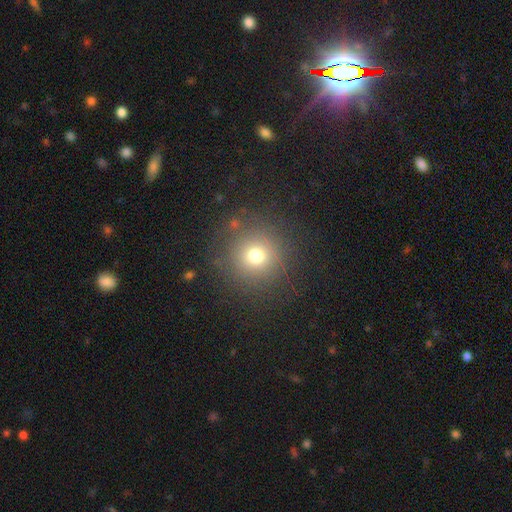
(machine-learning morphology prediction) smooth_or_featured: smooth (p=0.72) [alt: star or artifact p=0.18]
how_rounded: round (p=0.94) [alt: in between p=0.05]
merging: none (p=0.85) [alt: minor disturbance p=0.08]